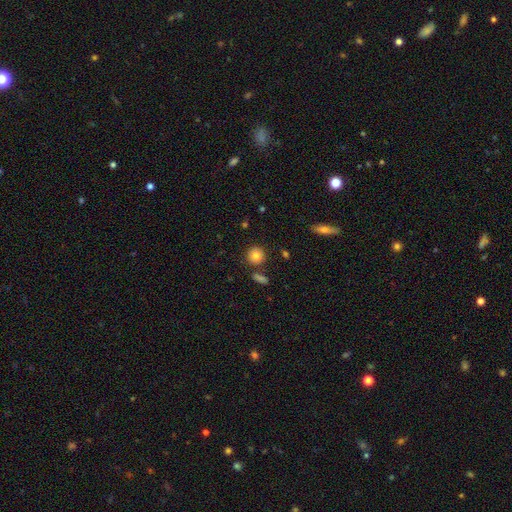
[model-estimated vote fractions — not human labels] A smooth galaxy with no disk features (81%) that is round (90%).

Vote fractions:
- Smooth or featured? smooth: 81% / star or artifact: 10% / featured or disk: 9%
- How rounded? round: 90% / in between: 9% / cigar-shaped: 1%
- Merging? none: 82% / minor disturbance: 9% / merger: 6% / major disturbance: 3%